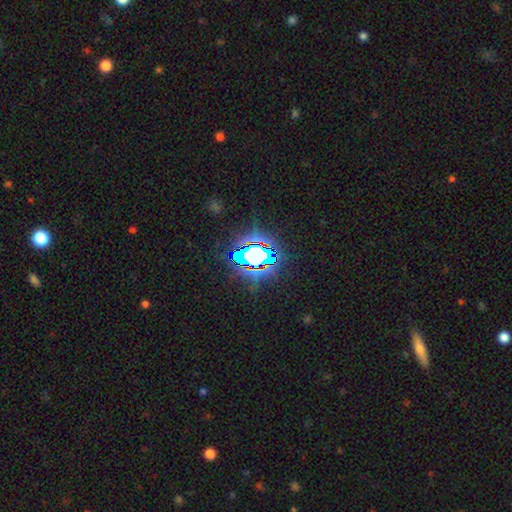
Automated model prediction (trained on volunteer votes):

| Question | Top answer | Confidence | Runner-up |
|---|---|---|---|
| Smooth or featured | star or artifact | 73% | smooth (16%) |